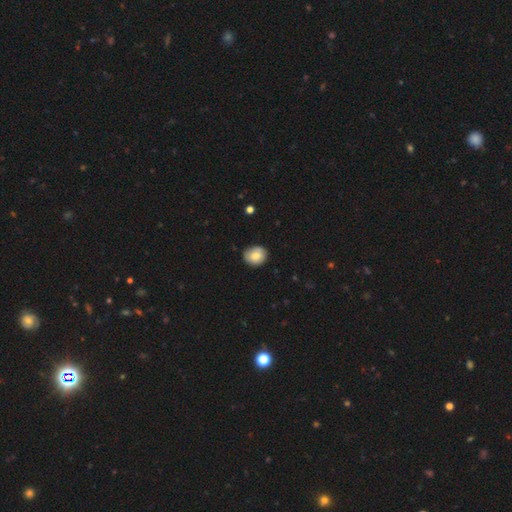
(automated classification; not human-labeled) The model was most divided on "how rounded": round: 61%, in between: 38%, cigar-shaped: 1%. More confident: merging — none (83%); smooth or featured — smooth (80%).